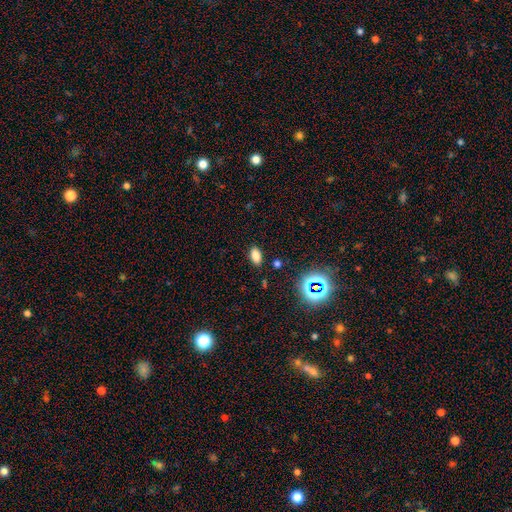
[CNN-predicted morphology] Smooth or featured? Predicted: smooth (p=0.77). How rounded? Predicted: in between (p=0.90). Merging? Predicted: none (p=0.86).